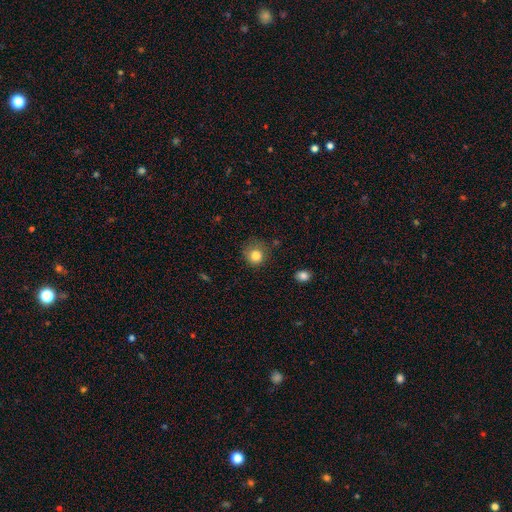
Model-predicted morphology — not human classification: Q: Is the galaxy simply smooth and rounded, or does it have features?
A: smooth — 82%.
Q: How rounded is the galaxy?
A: round — 89%.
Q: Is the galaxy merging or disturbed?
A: none — 72%.